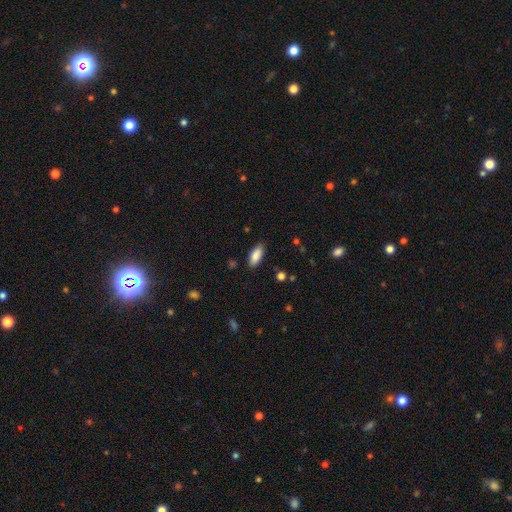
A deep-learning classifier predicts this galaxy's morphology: This is clearly a smooth galaxy (87%). How rounded: clearly in between (83%). Merging: clearly none (85%).